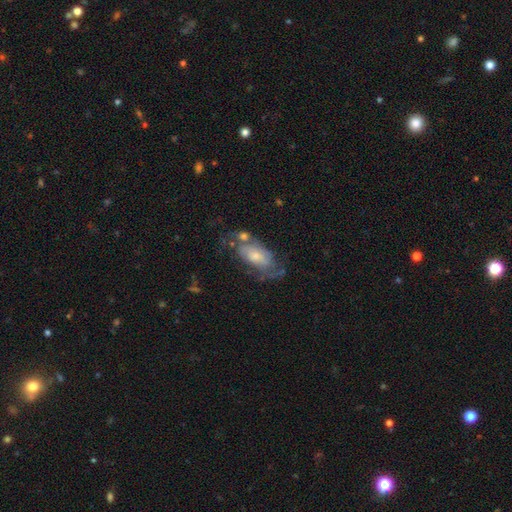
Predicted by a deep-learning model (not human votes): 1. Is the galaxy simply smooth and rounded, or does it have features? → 62% featured or disk, 31% smooth, 7% star or artifact.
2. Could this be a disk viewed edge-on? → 92% no, 8% yes.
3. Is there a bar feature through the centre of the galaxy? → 67% no, 27% weak, 6% strong.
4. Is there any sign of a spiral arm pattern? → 73% yes, 27% no.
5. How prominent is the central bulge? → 52% small, 36% moderate, 5% large, 5% none, 1% dominant.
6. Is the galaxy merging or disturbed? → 41% none, 25% major disturbance, 24% minor disturbance, 10% merger.